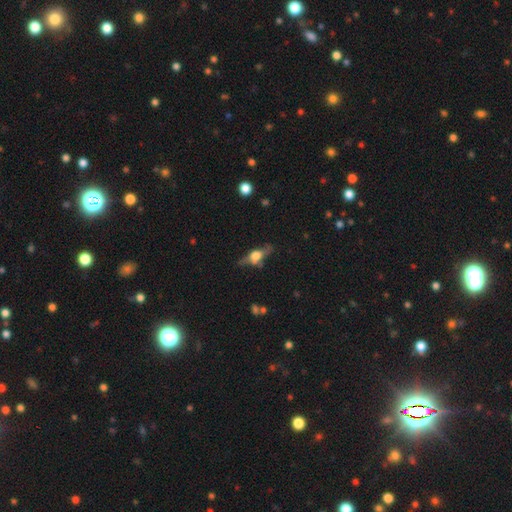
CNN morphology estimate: Smooth or featured?
  - featured or disk: 62% *
  - smooth: 29%
  - star or artifact: 9%
Edge-on disk?
  - yes: 86% *
  - no: 14%
Edge-on bulge?
  - rounded: 91% *
  - boxy: 8%
  - none: 2%
Merging?
  - none: 68% *
  - minor disturbance: 19%
  - major disturbance: 9%
  - merger: 4%